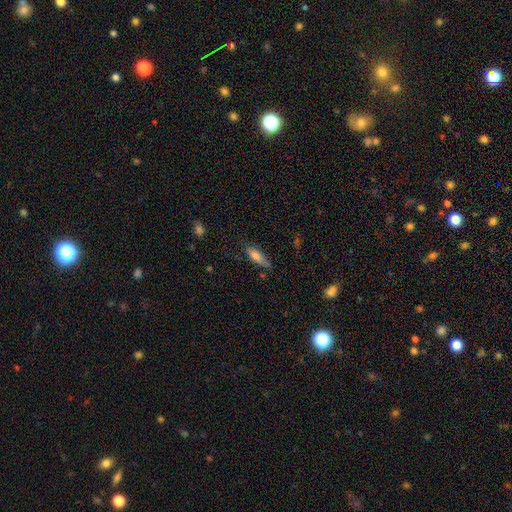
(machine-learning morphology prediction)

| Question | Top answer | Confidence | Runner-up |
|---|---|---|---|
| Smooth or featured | smooth | 76% | featured or disk (16%) |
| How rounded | in between | 54% | cigar-shaped (44%) |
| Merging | none | 64% | minor disturbance (27%) |